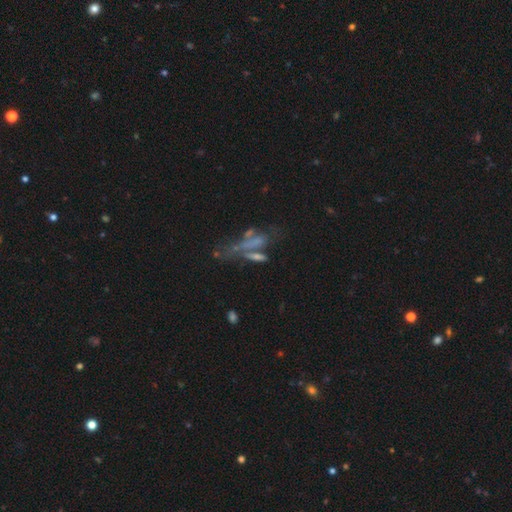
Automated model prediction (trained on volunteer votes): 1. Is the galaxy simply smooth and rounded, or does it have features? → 44% featured or disk, 34% smooth, 22% star or artifact.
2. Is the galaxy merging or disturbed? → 37% merger, 27% none, 22% major disturbance, 13% minor disturbance.